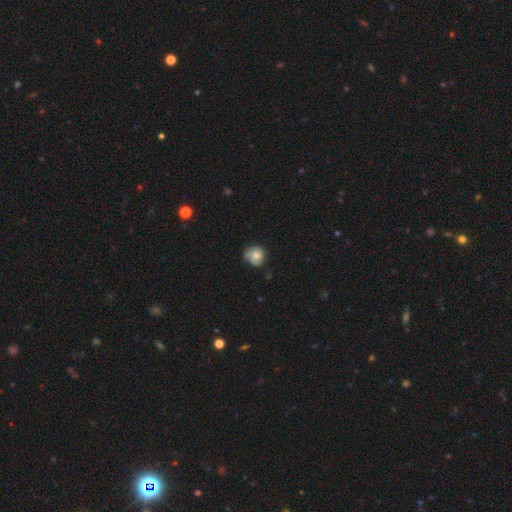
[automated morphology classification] Smooth or featured: smooth — 52% (featured or disk — 39%)
How rounded: round — 77% (in between — 22%)
Merging: none — 57% (minor disturbance — 30%)